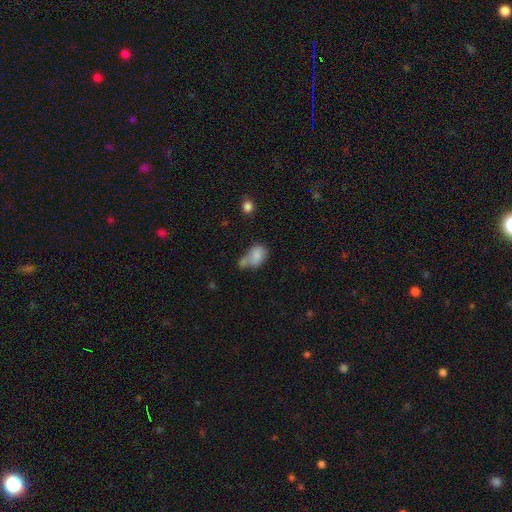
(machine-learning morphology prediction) Overall: smooth (78%). How rounded: in between (79%). Merging: merger (44%; none 27%).